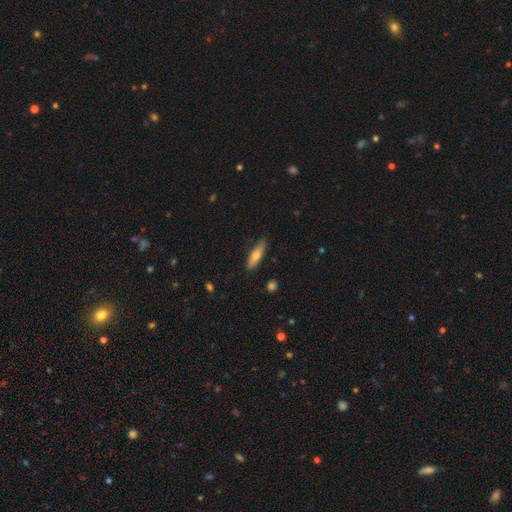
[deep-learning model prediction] A smooth galaxy with no disk features (67%) that is cigar-shaped (62%).

Vote fractions:
- Smooth or featured? smooth: 67% / featured or disk: 27% / star or artifact: 6%
- How rounded? cigar-shaped: 62% / in between: 36% / round: 2%
- Merging? none: 82% / minor disturbance: 15% / major disturbance: 2% / merger: 1%